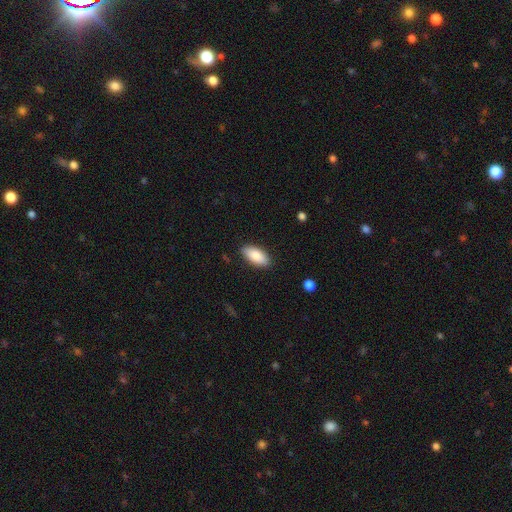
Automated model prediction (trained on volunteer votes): Overall: smooth (87%). How rounded: in between (90%). Merging: none (88%).